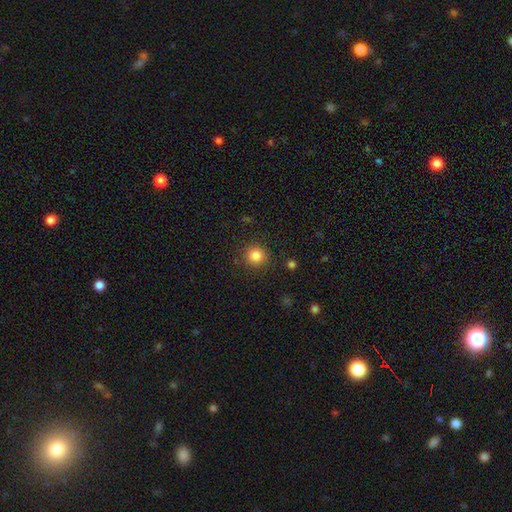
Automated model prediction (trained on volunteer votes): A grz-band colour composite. It shows a smooth galaxy with no disk features (84%) that is round (94%). Merging: none (90%).